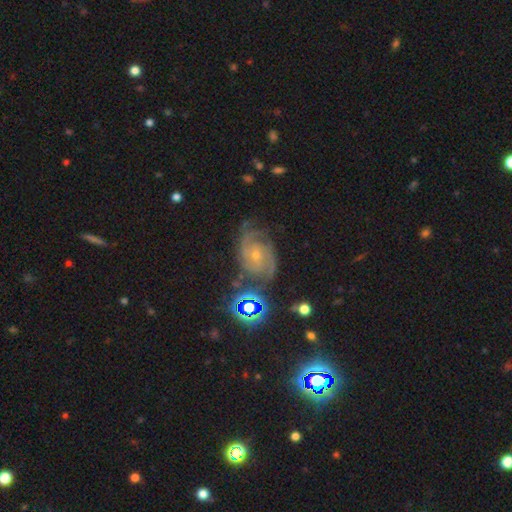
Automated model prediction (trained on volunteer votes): A featured or disk galaxy (81%) with no bar (60%), 2 (41%) tight (48%) spiral arms (97%) and a small central bulge (72%).

Vote fractions:
- Smooth or featured? featured or disk: 81% / star or artifact: 11% / smooth: 8%
- Edge-on disk? no: 97% / yes: 3%
- Bar? no: 60% / weak: 33% / strong: 7%
- Spiral arms? yes: 97% / no: 3%
- Spiral winding? tight: 48% / medium: 42% / loose: 10%
- Spiral arm count? 2: 41% / 3: 22% / can't tell: 20% / 4: 7% / 1: 5% / more than 4: 5%
- Bulge size? small: 72% / moderate: 24% / none: 2% / large: 1% / dominant: 1%
- Merging? none: 66% / minor disturbance: 21% / major disturbance: 9% / merger: 4%